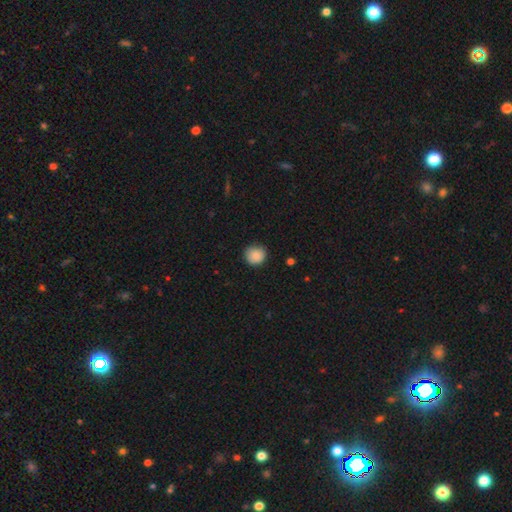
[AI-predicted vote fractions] smooth_or_featured: smooth (p=0.87) [alt: star or artifact p=0.08]
how_rounded: round (p=0.90) [alt: in between p=0.09]
merging: none (p=0.85) [alt: minor disturbance p=0.12]